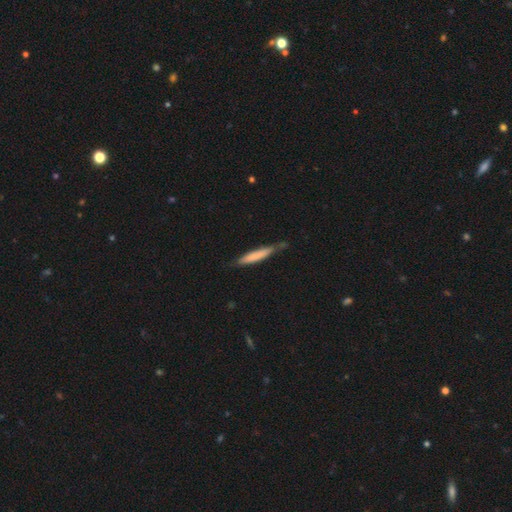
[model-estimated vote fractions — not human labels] Overall: smooth (72%). How rounded: cigar-shaped (92%). Merging: none (68%).